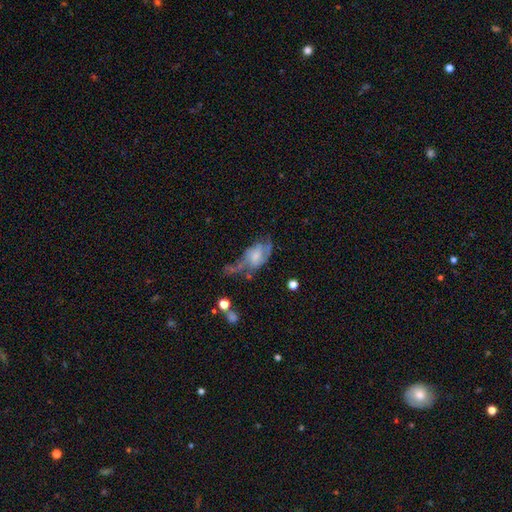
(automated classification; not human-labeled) This is possibly a featured or disk galaxy (58%). It is clearly not viewed edge-on (92%). Bar: possibly no (58%). Spiral arm pattern: likely yes (68%). Central bulge: marginally small (35%). Merging: marginally major disturbance (42%).